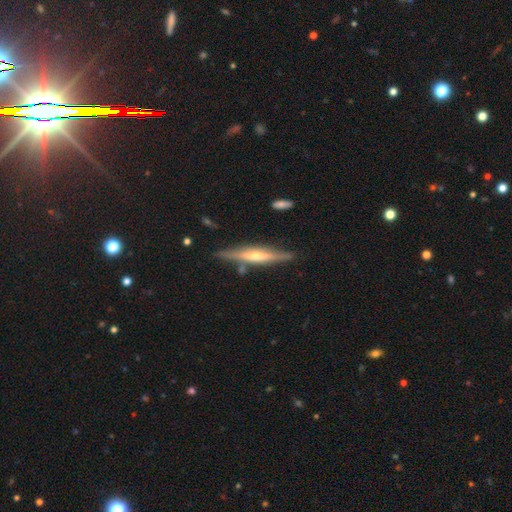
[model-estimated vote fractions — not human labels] Overall: featured or disk (72%). Edge-on disk: yes (96%). Edge-on bulge: rounded (75%). Merging: none (82%).